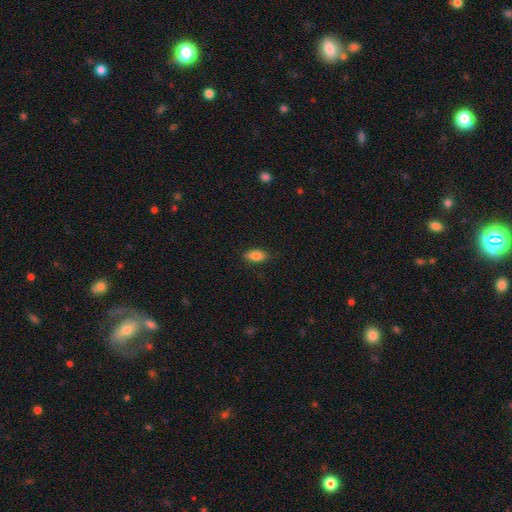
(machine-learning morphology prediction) smooth 85%, star or artifact 8%, featured or disk 7%. Down the decision tree: how rounded — in between (89%); merging — none (87%).